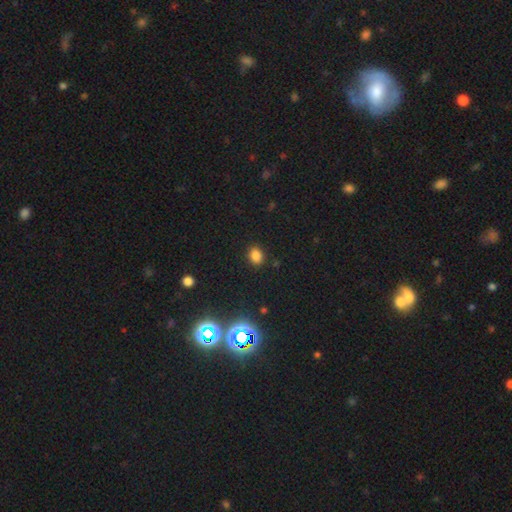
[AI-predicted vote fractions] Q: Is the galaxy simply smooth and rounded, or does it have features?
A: smooth — 80%.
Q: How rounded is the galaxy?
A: in between — 52%.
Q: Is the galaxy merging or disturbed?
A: none — 88%.